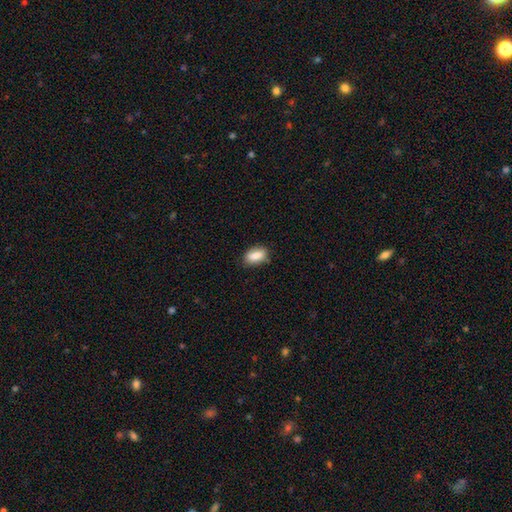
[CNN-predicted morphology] A smooth galaxy with no disk features (86%) that is in between round and cigar-shaped (88%).

Vote fractions:
- Smooth or featured? smooth: 86% / star or artifact: 8% / featured or disk: 7%
- How rounded? in between: 88% / round: 7% / cigar-shaped: 5%
- Merging? none: 80% / minor disturbance: 15% / major disturbance: 3% / merger: 2%